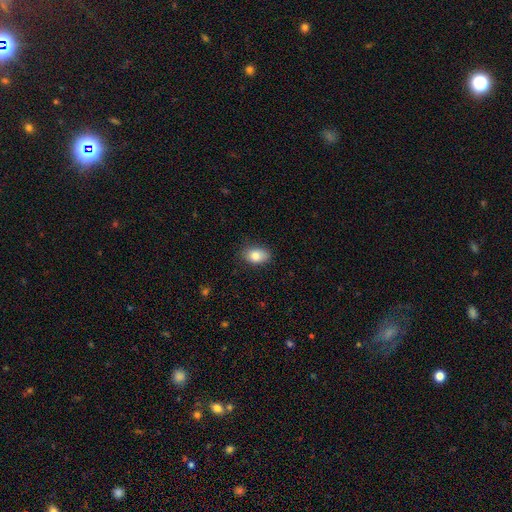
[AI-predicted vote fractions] Smooth or featured? smooth (83%)
How rounded? in between (85%)
Merging? none (78%)